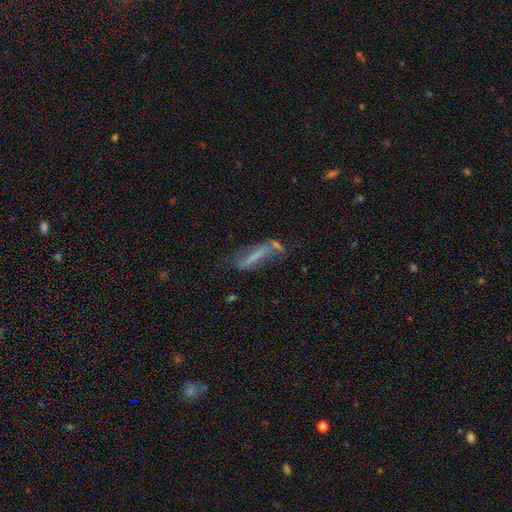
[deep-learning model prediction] smooth_or_featured: featured or disk (p=0.45) [alt: smooth p=0.42]
merging: none (p=0.36) [alt: minor disturbance p=0.26]